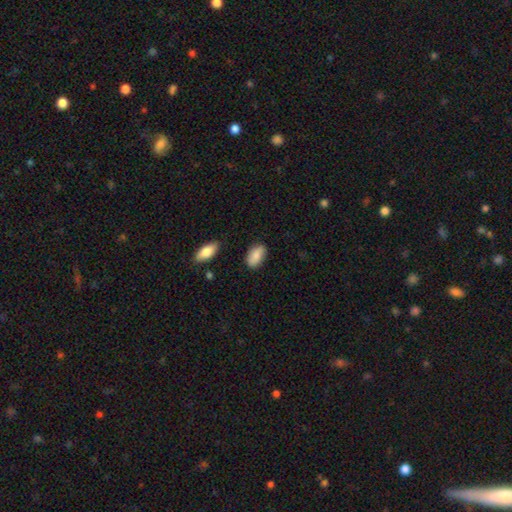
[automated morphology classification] Smooth or featured? smooth (85%)
How rounded? in between (93%)
Merging? none (83%)